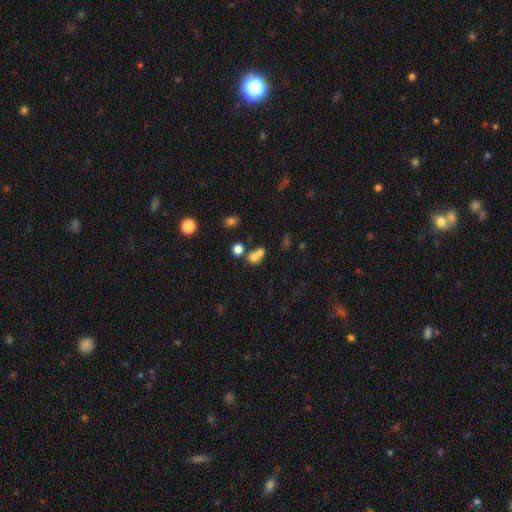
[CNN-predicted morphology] Smooth or featured: smooth — 71% (star or artifact — 16%)
How rounded: round — 71% (in between — 28%)
Merging: merger — 55% (none — 35%)